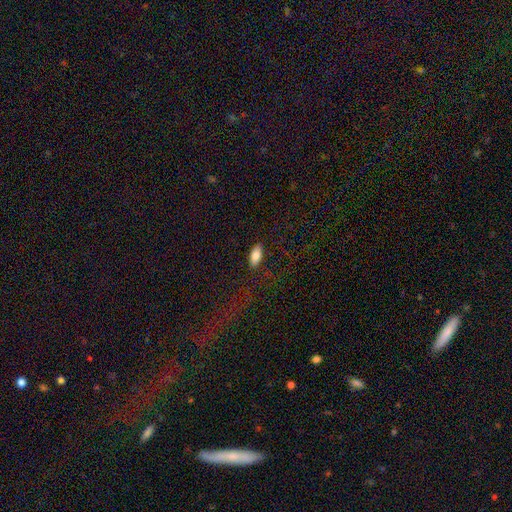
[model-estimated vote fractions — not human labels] smooth-or-featured: smooth: 81% | featured or disk: 12% | star or artifact: 7%
  how-rounded: in between: 88% | cigar-shaped: 10% | round: 2%
  merging: none: 87% | minor disturbance: 9% | major disturbance: 2% | merger: 1%